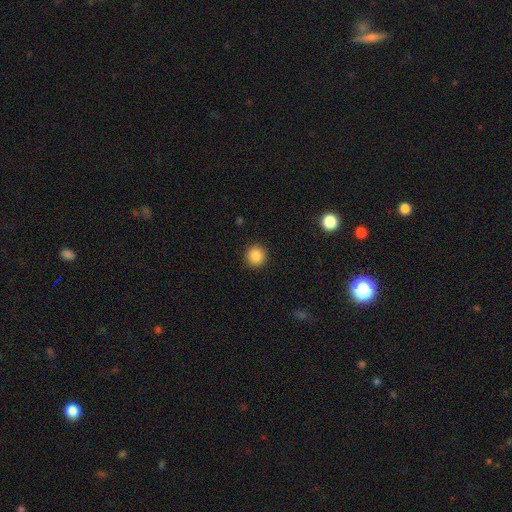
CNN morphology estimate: Q: Smooth or featured?
A: smooth (87%); runner-up: star or artifact (10%)
Q: How rounded?
A: round (95%); runner-up: in between (4%)
Q: Merging?
A: none (92%); runner-up: minor disturbance (5%)